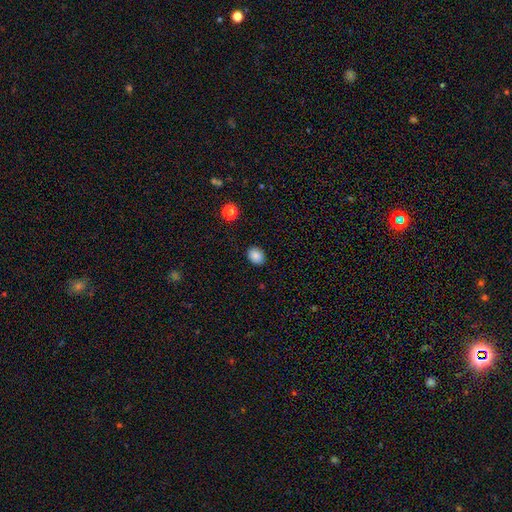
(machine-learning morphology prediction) smooth_or_featured: smooth (p=0.86) [alt: star or artifact p=0.09]
how_rounded: in between (p=0.60) [alt: round p=0.39]
merging: none (p=0.87) [alt: minor disturbance p=0.10]